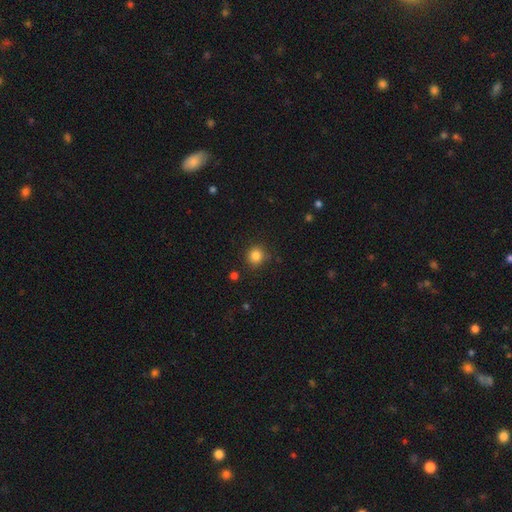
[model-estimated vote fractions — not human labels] A smooth galaxy with no disk features (84%) that is round (89%).

Vote fractions:
- Smooth or featured? smooth: 84% / star or artifact: 12% / featured or disk: 5%
- How rounded? round: 89% / in between: 10% / cigar-shaped: 1%
- Merging? none: 86% / minor disturbance: 9% / major disturbance: 3% / merger: 2%